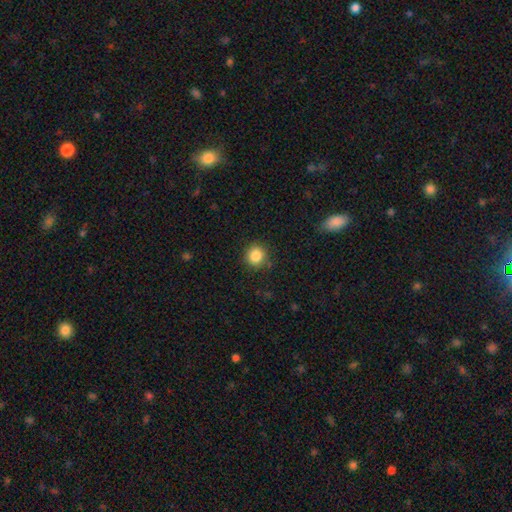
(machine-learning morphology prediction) Smooth or featured?
  - smooth: 86% *
  - star or artifact: 10%
  - featured or disk: 4%
How rounded?
  - round: 90% *
  - in between: 9%
  - cigar-shaped: 1%
Merging?
  - none: 87% *
  - minor disturbance: 9%
  - major disturbance: 3%
  - merger: 1%